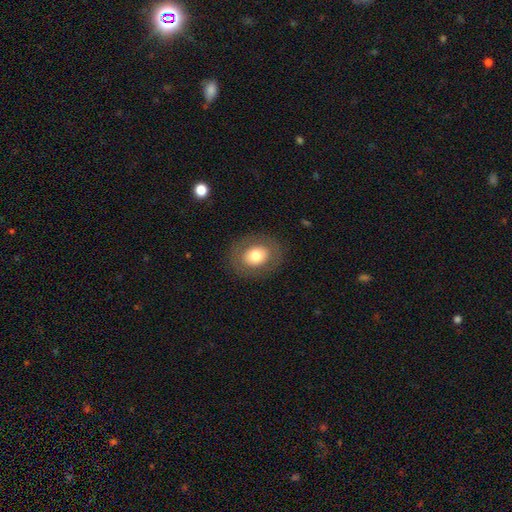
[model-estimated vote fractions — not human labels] smooth_or_featured: smooth (p=0.69) [alt: featured or disk p=0.23]
how_rounded: round (p=0.57) [alt: in between p=0.43]
merging: none (p=0.85) [alt: minor disturbance p=0.09]